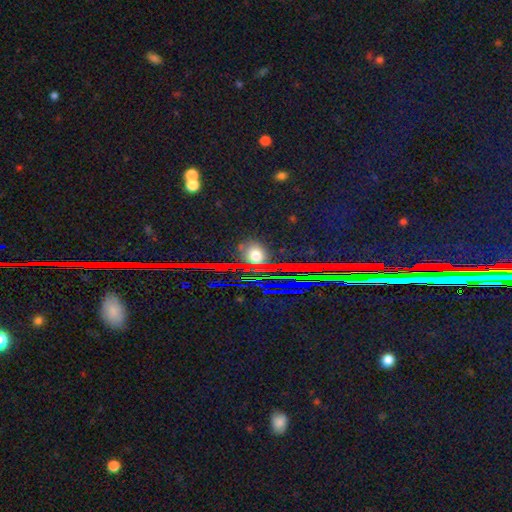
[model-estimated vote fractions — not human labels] This appears to be a star or artifact, not a galaxy (83%).